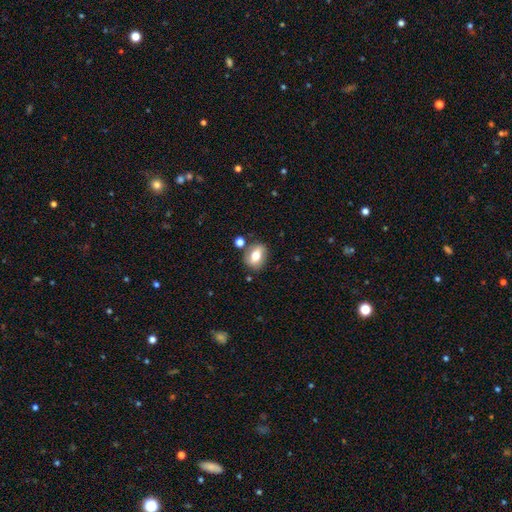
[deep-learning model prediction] This appears to be a smooth galaxy with no disk features (65%) that is in between round and cigar-shaped (65%). Merging: none (72%).